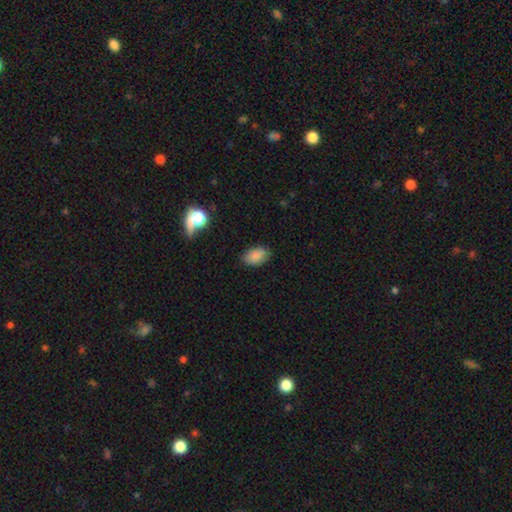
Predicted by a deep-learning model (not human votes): Smooth or featured?
  - smooth: 84% *
  - star or artifact: 9%
  - featured or disk: 7%
How rounded?
  - in between: 90% *
  - round: 8%
  - cigar-shaped: 2%
Merging?
  - none: 80% *
  - minor disturbance: 15%
  - major disturbance: 3%
  - merger: 2%